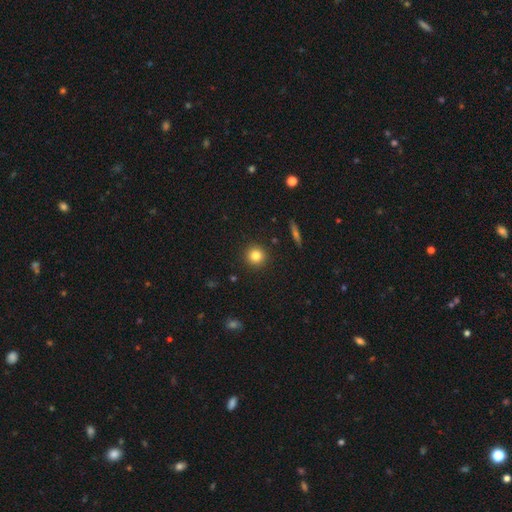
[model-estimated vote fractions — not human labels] Smooth or featured: smooth — 82% (star or artifact — 11%)
How rounded: round — 94% (in between — 4%)
Merging: none — 92% (minor disturbance — 5%)